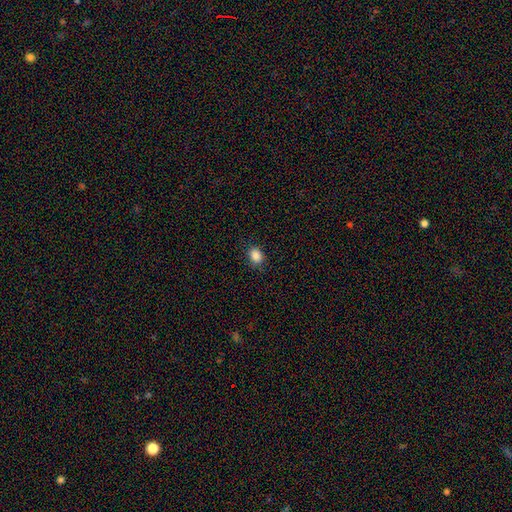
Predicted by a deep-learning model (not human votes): Smooth or featured?
  - smooth: 87% *
  - star or artifact: 10%
  - featured or disk: 3%
How rounded?
  - in between: 57% *
  - round: 42%
  - cigar-shaped: 1%
Merging?
  - none: 87% *
  - minor disturbance: 9%
  - major disturbance: 2%
  - merger: 1%